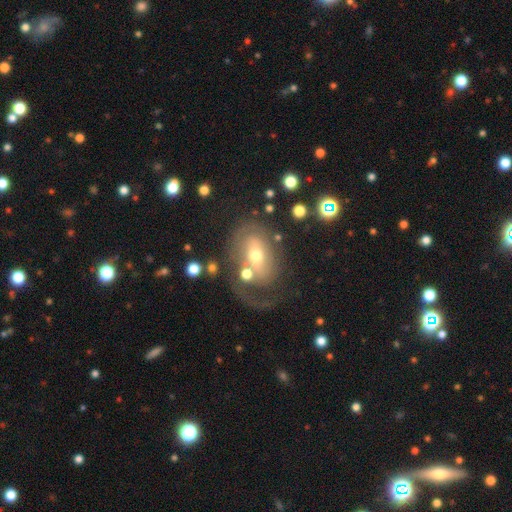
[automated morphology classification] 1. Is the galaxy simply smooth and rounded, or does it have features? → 66% featured or disk, 26% smooth, 9% star or artifact.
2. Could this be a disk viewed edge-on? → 95% no, 5% yes.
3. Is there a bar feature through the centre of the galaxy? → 57% no, 30% weak, 12% strong.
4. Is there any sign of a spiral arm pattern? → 65% yes, 35% no.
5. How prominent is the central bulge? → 66% moderate, 25% small, 7% large, 1% dominant, 1% none.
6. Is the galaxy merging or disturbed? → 42% none, 30% major disturbance, 18% minor disturbance, 10% merger.